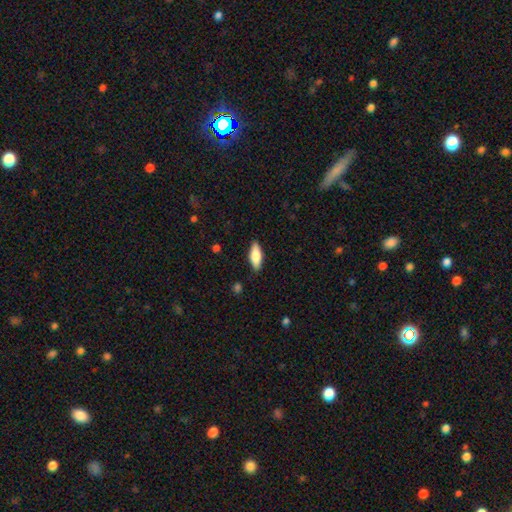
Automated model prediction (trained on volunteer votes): A smooth galaxy with no disk features (73%) that is in between round and cigar-shaped (69%).

Vote fractions:
- Smooth or featured? smooth: 73% / featured or disk: 21% / star or artifact: 6%
- How rounded? in between: 69% / cigar-shaped: 29% / round: 2%
- Merging? none: 87% / minor disturbance: 10% / major disturbance: 2% / merger: 1%